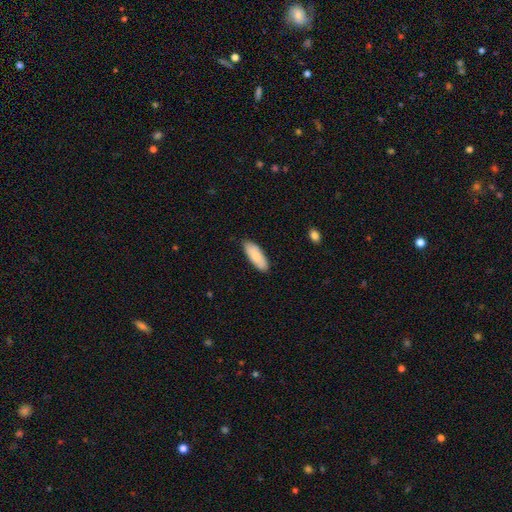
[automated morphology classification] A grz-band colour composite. It shows a smooth galaxy with no disk features (87%) that is in between round and cigar-shaped (69%). Merging: none (86%).